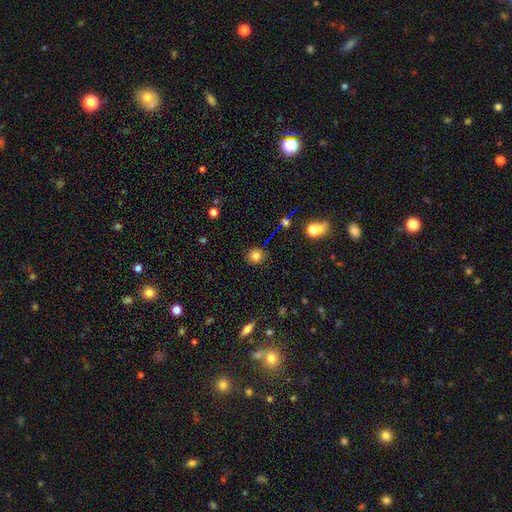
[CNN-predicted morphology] Overall: smooth (79%). How rounded: round (90%). Merging: none (88%).